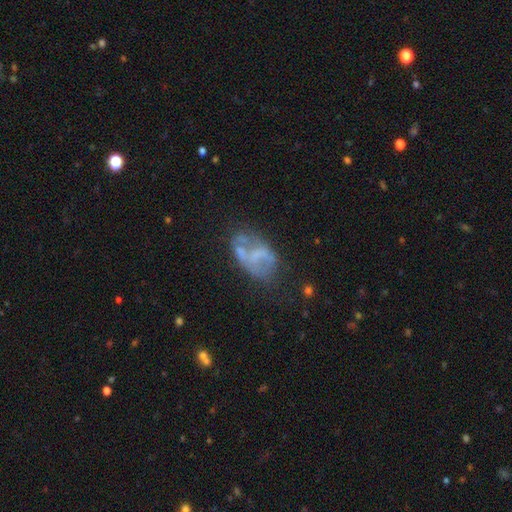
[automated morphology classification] The model was most divided on "merging": none: 43%, minor disturbance: 23%, major disturbance: 20%, merger: 15%. More confident: edge-on disk — no (96%); spiral arms — no (77%); bar — no (67%); bulge size — none (62%); smooth or featured — featured or disk (59%).